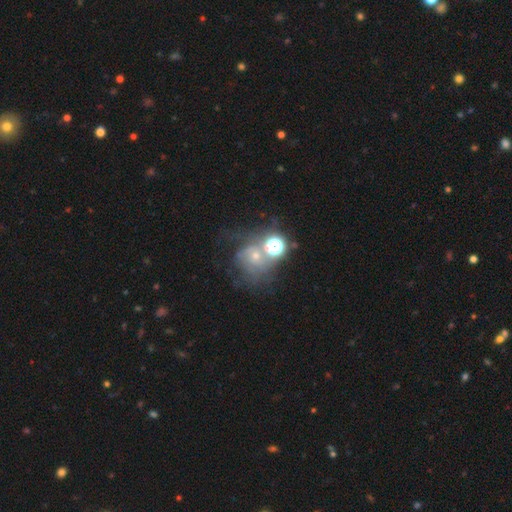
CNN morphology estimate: type=smooth (40%); merging=none (35%).